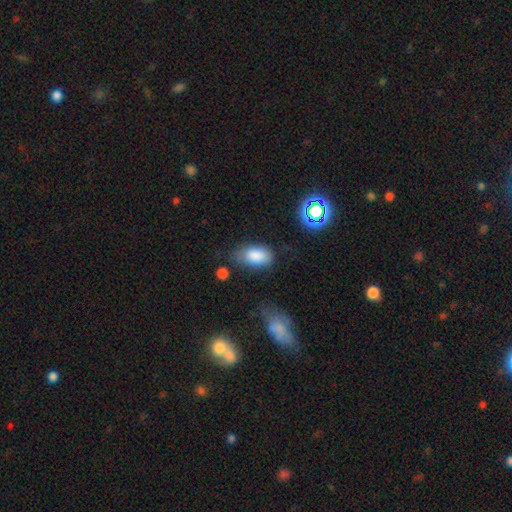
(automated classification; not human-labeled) Smooth or featured?
  - smooth: 85% *
  - star or artifact: 8%
  - featured or disk: 7%
How rounded?
  - in between: 92% *
  - round: 5%
  - cigar-shaped: 2%
Merging?
  - none: 63% *
  - minor disturbance: 25%
  - major disturbance: 8%
  - merger: 4%